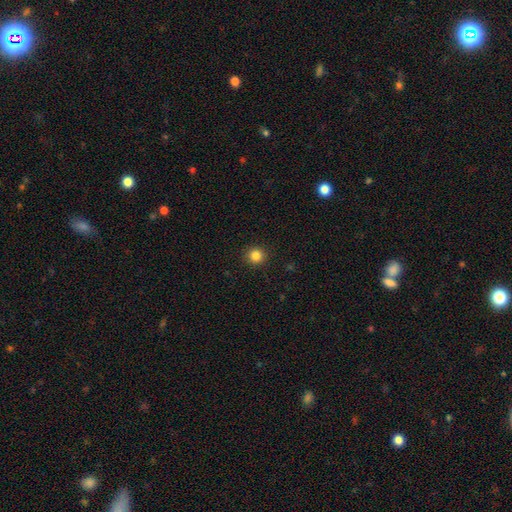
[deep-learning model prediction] Q: Smooth or featured?
A: smooth (84%); runner-up: star or artifact (12%)
Q: How rounded?
A: round (93%); runner-up: in between (6%)
Q: Merging?
A: none (92%); runner-up: minor disturbance (5%)